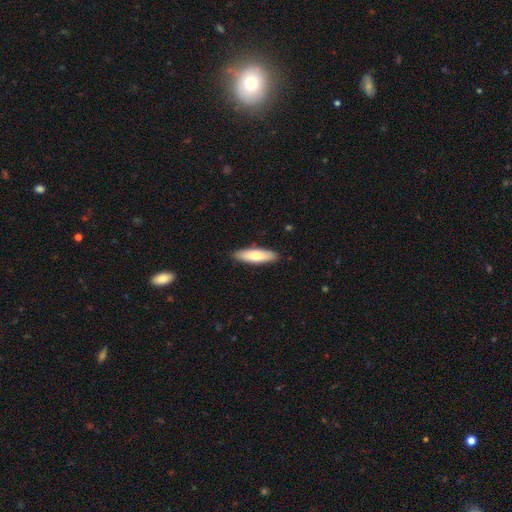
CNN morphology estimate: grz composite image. It shows a smooth galaxy with no disk features (72%) that is cigar-shaped (56%). Merging: none (89%).